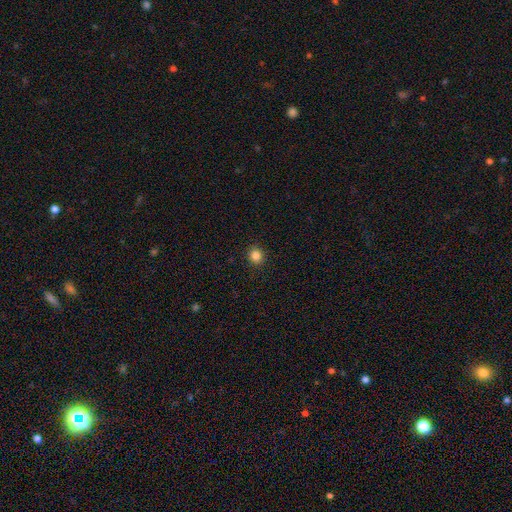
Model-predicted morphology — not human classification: Smooth or featured: smooth — 85% (star or artifact — 11%)
How rounded: round — 85% (in between — 14%)
Merging: none — 91% (minor disturbance — 6%)